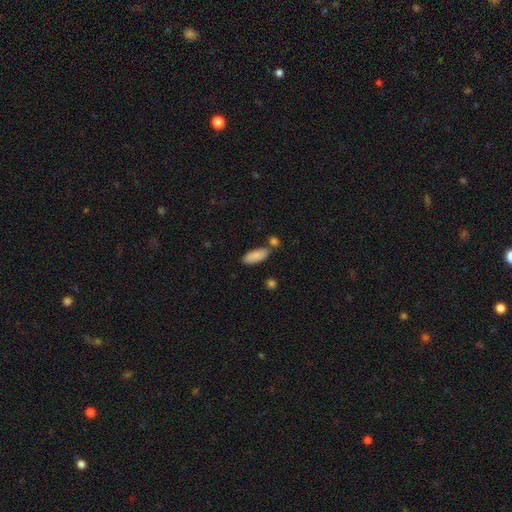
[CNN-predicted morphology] A smooth galaxy with no disk features (88%) that is in between round and cigar-shaped (80%).

Vote fractions:
- Smooth or featured? smooth: 88% / star or artifact: 6% / featured or disk: 6%
- How rounded? in between: 80% / cigar-shaped: 18% / round: 2%
- Merging? none: 67% / merger: 16% / minor disturbance: 13% / major disturbance: 3%